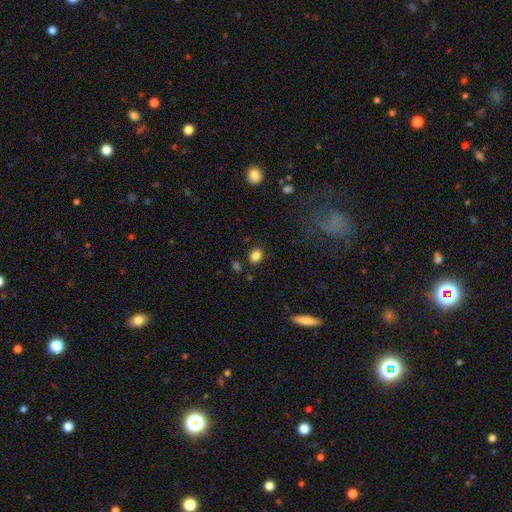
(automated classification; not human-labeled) smooth-or-featured: smooth: 84% | star or artifact: 11% | featured or disk: 4%
  how-rounded: in between: 63% | round: 35% | cigar-shaped: 1%
  merging: none: 84% | minor disturbance: 10% | merger: 3% | major disturbance: 3%